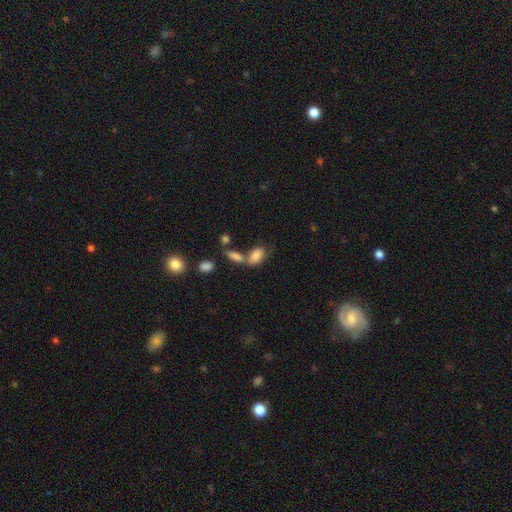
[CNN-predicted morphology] Q: Smooth or featured?
A: smooth (82%); runner-up: featured or disk (10%)
Q: How rounded?
A: in between (90%); runner-up: round (6%)
Q: Merging?
A: none (41%); runner-up: merger (40%)